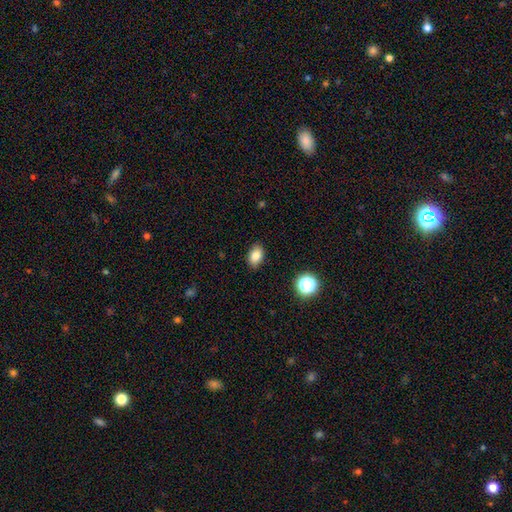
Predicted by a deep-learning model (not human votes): A smooth galaxy with no disk features (82%) that is in between round and cigar-shaped (83%).

Vote fractions:
- Smooth or featured? smooth: 82% / star or artifact: 10% / featured or disk: 7%
- How rounded? in between: 83% / round: 15% / cigar-shaped: 1%
- Merging? none: 86% / minor disturbance: 10% / major disturbance: 2% / merger: 1%